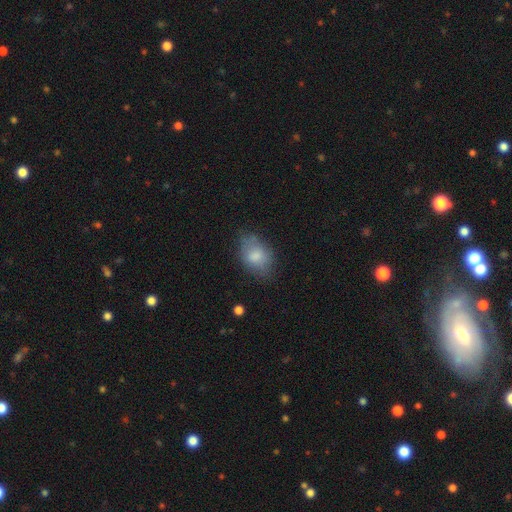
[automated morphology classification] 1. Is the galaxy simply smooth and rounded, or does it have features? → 78% smooth, 15% featured or disk, 7% star or artifact.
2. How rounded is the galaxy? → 85% in between, 13% round, 1% cigar-shaped.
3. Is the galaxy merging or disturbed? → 64% none, 26% minor disturbance, 8% major disturbance, 2% merger.